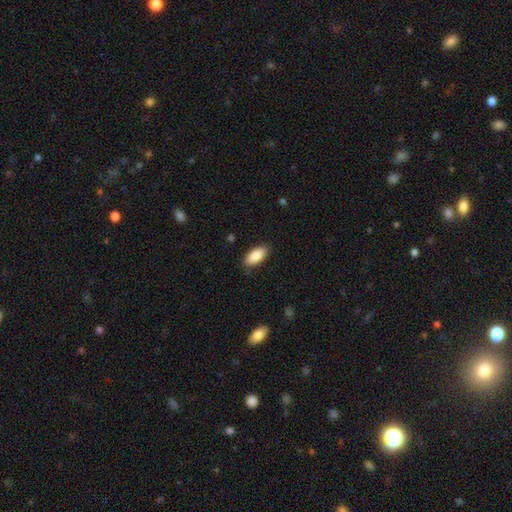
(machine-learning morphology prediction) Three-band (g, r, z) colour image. It shows a smooth galaxy with no disk features (87%) that is in between round and cigar-shaped (92%). Merging: none (83%).